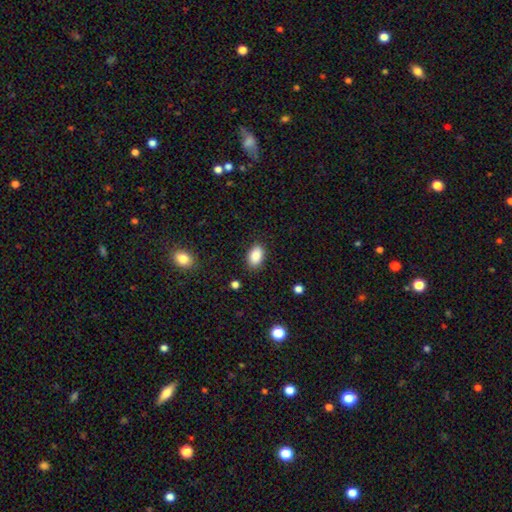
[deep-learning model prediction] Smooth or featured?
  - smooth: 88% *
  - star or artifact: 8%
  - featured or disk: 4%
How rounded?
  - in between: 90% *
  - round: 9%
  - cigar-shaped: 1%
Merging?
  - none: 87% *
  - minor disturbance: 9%
  - major disturbance: 2%
  - merger: 1%